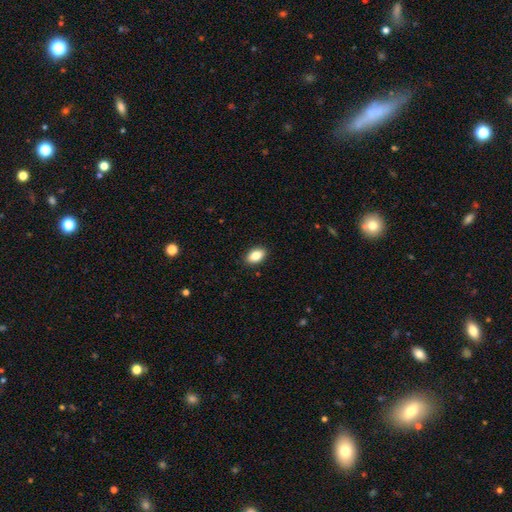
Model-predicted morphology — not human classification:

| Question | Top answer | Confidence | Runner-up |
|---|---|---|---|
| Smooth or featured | smooth | 85% | star or artifact (8%) |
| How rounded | in between | 91% | round (7%) |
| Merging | none | 90% | minor disturbance (7%) |